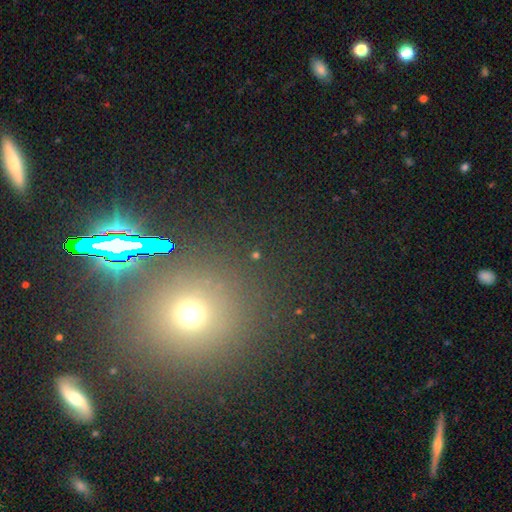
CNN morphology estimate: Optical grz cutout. It shows a star or artifact, not a galaxy (48%).